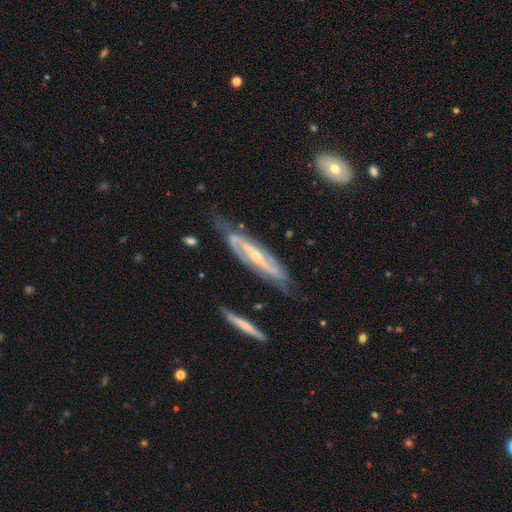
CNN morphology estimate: Smooth or featured? featured or disk (87%)
Edge-on disk? no (77%)
Bar? strong (53%)
Spiral arms? yes (93%)
Spiral winding? medium (44%)
Spiral arm count? 2 (85%)
Bulge size? small (67%)
Merging? none (65%)